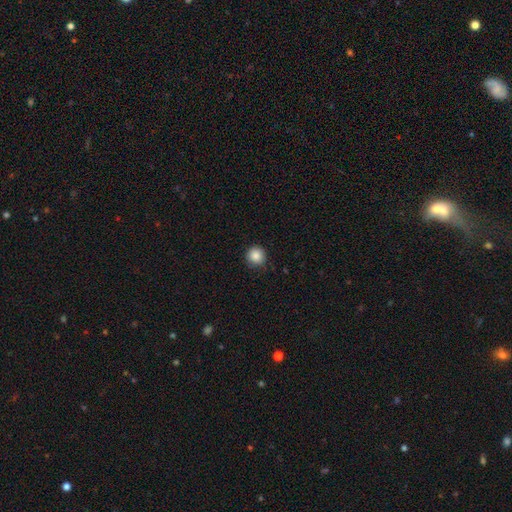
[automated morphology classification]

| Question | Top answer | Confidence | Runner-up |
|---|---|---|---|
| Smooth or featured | smooth | 87% | star or artifact (9%) |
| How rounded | round | 95% | in between (5%) |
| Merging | none | 86% | minor disturbance (11%) |